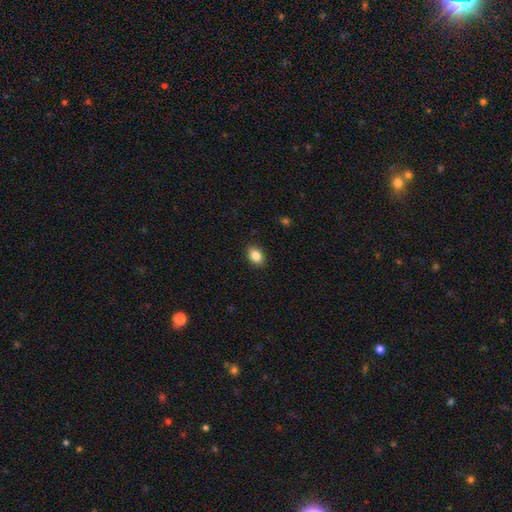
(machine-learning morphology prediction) smooth 87%, star or artifact 8%, featured or disk 5%. Down the decision tree: how rounded — in between (81%); merging — none (89%).